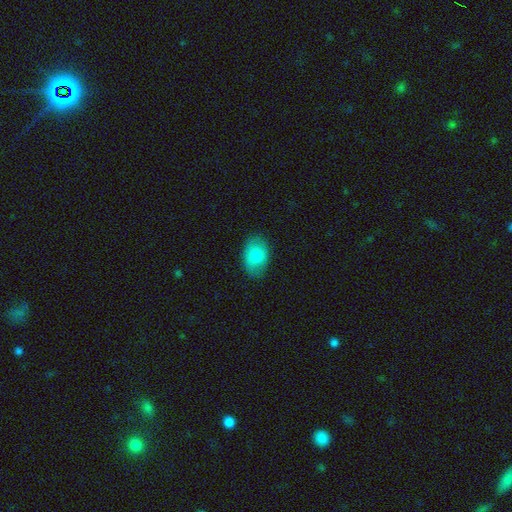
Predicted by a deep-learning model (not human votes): Q: Smooth or featured?
A: smooth (82%); runner-up: featured or disk (12%)
Q: How rounded?
A: in between (83%); runner-up: round (16%)
Q: Merging?
A: none (81%); runner-up: minor disturbance (15%)